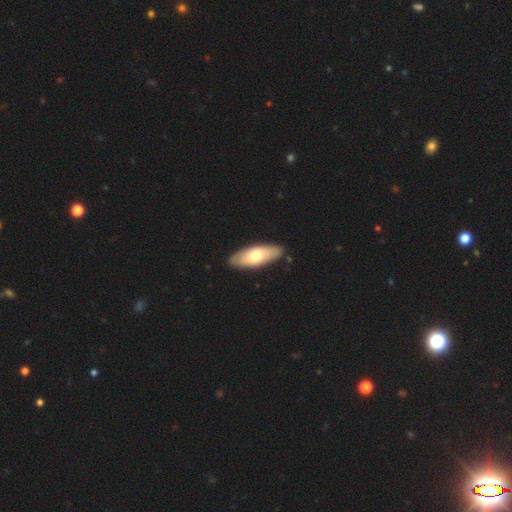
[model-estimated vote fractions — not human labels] Smooth or featured: smooth — 65% (featured or disk — 31%)
How rounded: in between — 73% (cigar-shaped — 25%)
Merging: none — 88% (minor disturbance — 9%)